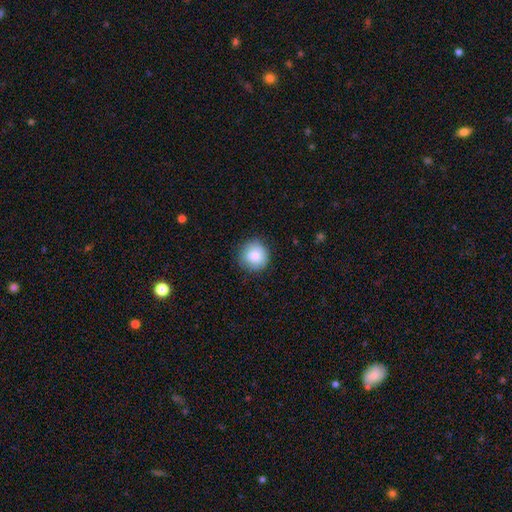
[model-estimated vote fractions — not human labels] A smooth galaxy with no disk features (85%) that is round (93%). Merging: none (86%).